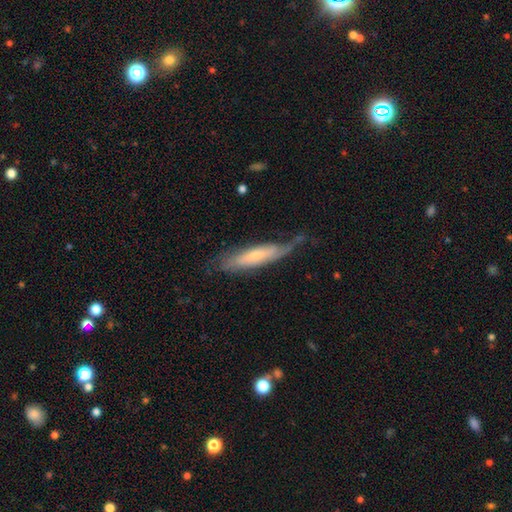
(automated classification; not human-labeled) smooth_or_featured: featured or disk (p=0.55) [alt: smooth p=0.39]
disk_edge_on: no (p=0.52) [alt: yes p=0.48]
merging: none (p=0.50) [alt: minor disturbance p=0.29]